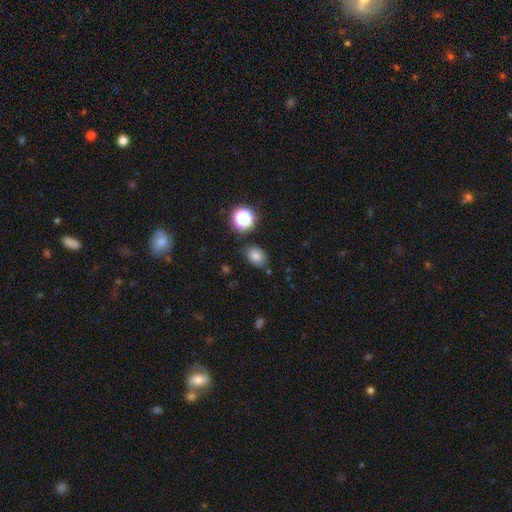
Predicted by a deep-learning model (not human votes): Smooth or featured? Predicted: smooth (p=0.79). How rounded? Predicted: in between (p=0.67). Merging? Predicted: none (p=0.77).